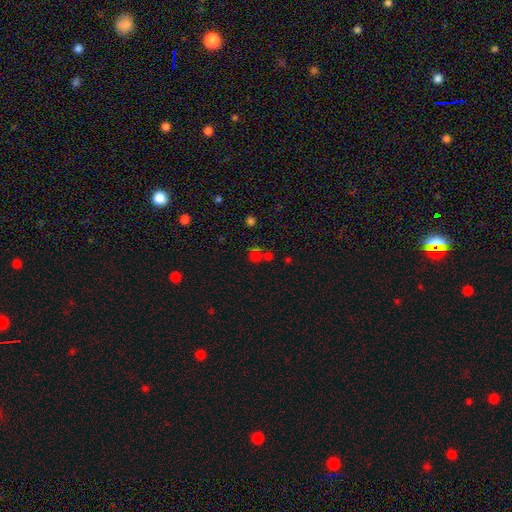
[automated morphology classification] This appears to be a smooth galaxy with no disk features (52%) that is round (81%). Merging: none (51%).